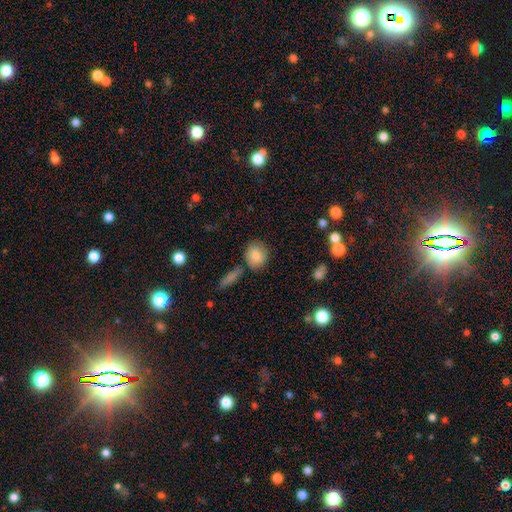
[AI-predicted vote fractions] Smooth or featured? Predicted: smooth (p=0.84). How rounded? Predicted: round (p=0.65). Merging? Predicted: none (p=0.72).